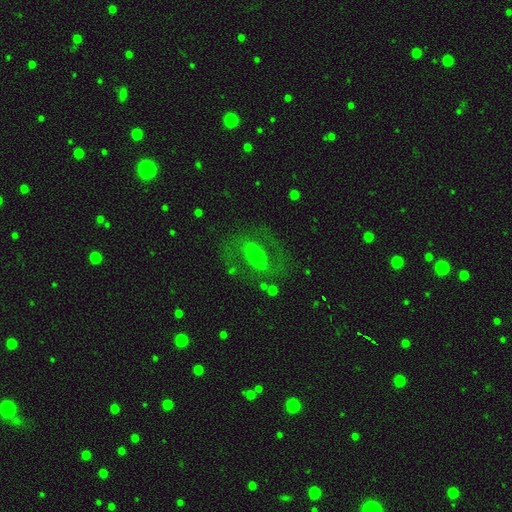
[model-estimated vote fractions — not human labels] Smooth or featured? Predicted: featured or disk (p=0.64). Edge-on disk? Predicted: no (p=0.95). Bar? Predicted: no (p=0.40). Spiral arms? Predicted: yes (p=0.73). Bulge size? Predicted: moderate (p=0.58). Merging? Predicted: none (p=0.67).